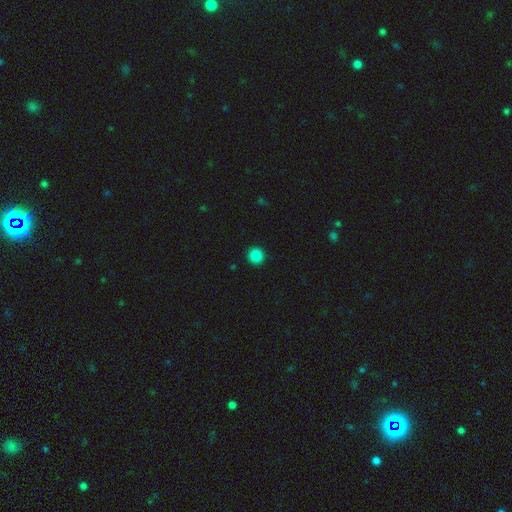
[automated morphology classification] Smooth or featured? smooth (86%)
How rounded? round (95%)
Merging? none (93%)